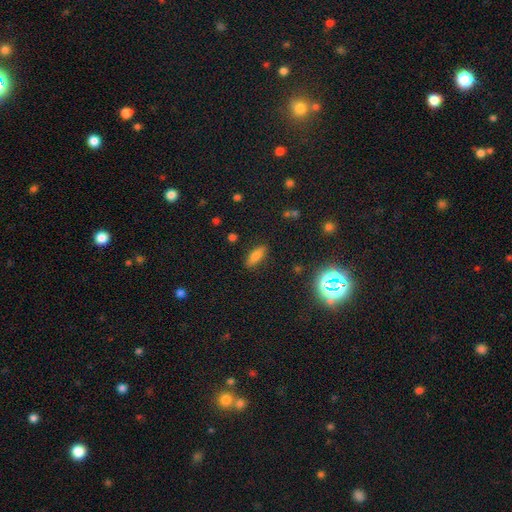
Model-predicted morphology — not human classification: A smooth galaxy with no disk features (75%) that is in between round and cigar-shaped (70%). Merging: none (86%).